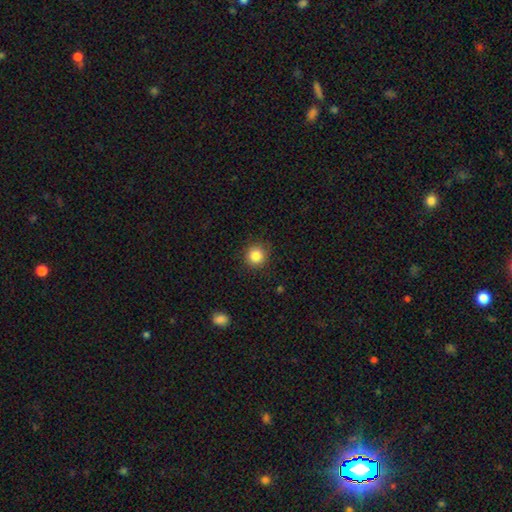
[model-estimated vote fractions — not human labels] smooth 85%, star or artifact 11%, featured or disk 4%. Down the decision tree: how rounded — round (93%); merging — none (90%).